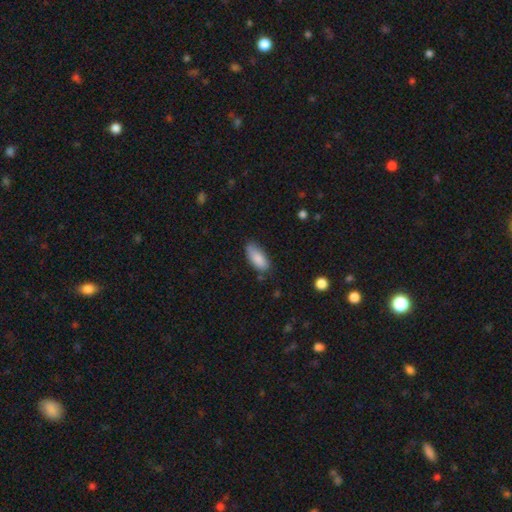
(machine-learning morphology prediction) type=smooth (85%); roundness=in between (84%); merging=none (70%).